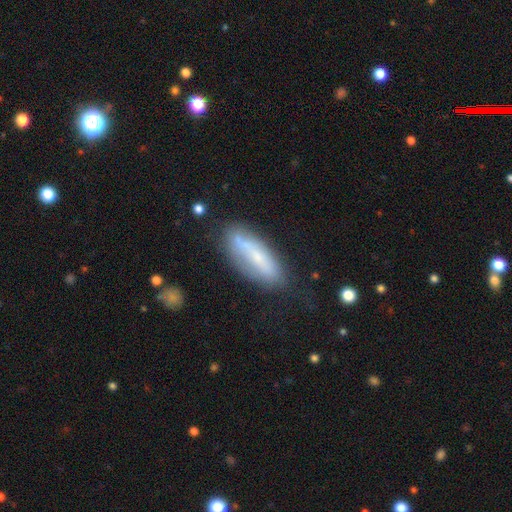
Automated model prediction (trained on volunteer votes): The model was most divided on "how rounded": in between: 50%, cigar-shaped: 48%, round: 2%. More confident: merging — none (64%); smooth or featured — smooth (53%).